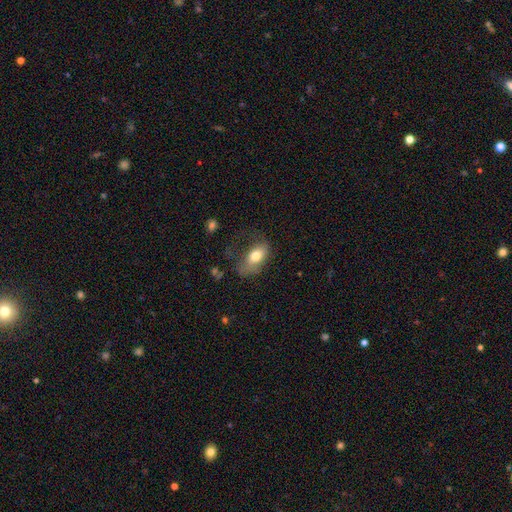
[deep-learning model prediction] Smooth or featured? Predicted: smooth (p=0.72). How rounded? Predicted: in between (p=0.89). Merging? Predicted: none (p=0.36).